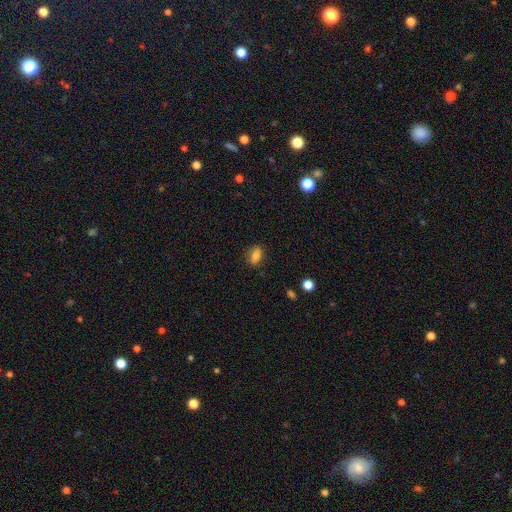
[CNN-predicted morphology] Smooth or featured: smooth — 83% (star or artifact — 9%)
How rounded: in between — 83% (round — 14%)
Merging: none — 80% (minor disturbance — 15%)